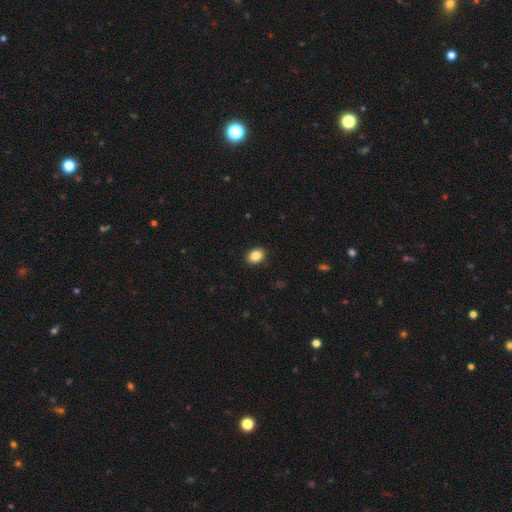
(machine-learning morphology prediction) A smooth galaxy with no disk features (87%) that is in between round and cigar-shaped (70%).

Vote fractions:
- Smooth or featured? smooth: 87% / star or artifact: 8% / featured or disk: 5%
- How rounded? in between: 70% / round: 29% / cigar-shaped: 1%
- Merging? none: 91% / minor disturbance: 7% / major disturbance: 2% / merger: 1%